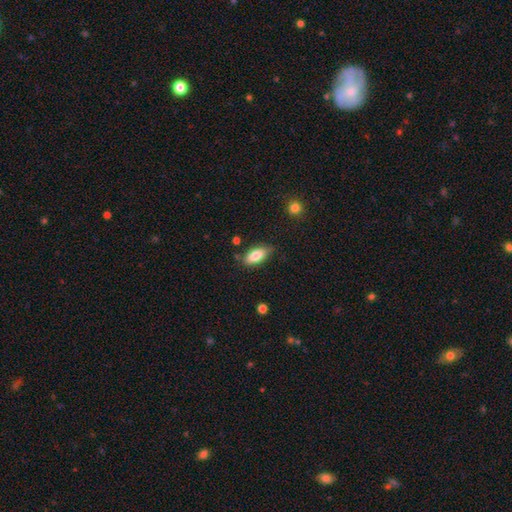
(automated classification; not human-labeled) Smooth or featured: smooth — 82% (featured or disk — 12%)
How rounded: in between — 85% (cigar-shaped — 12%)
Merging: none — 77% (minor disturbance — 17%)